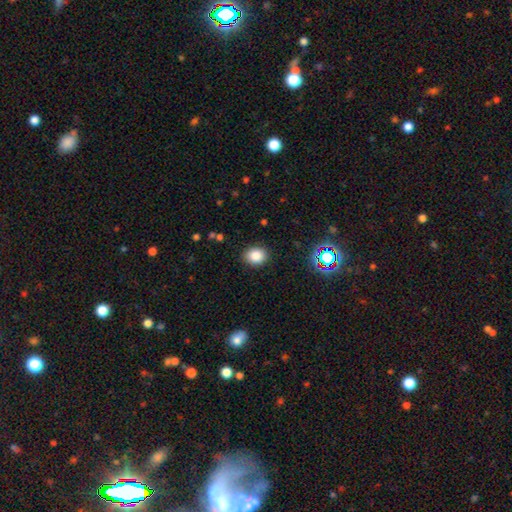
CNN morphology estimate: A smooth galaxy with no disk features (83%) that is round (56%). Merging: none (88%).